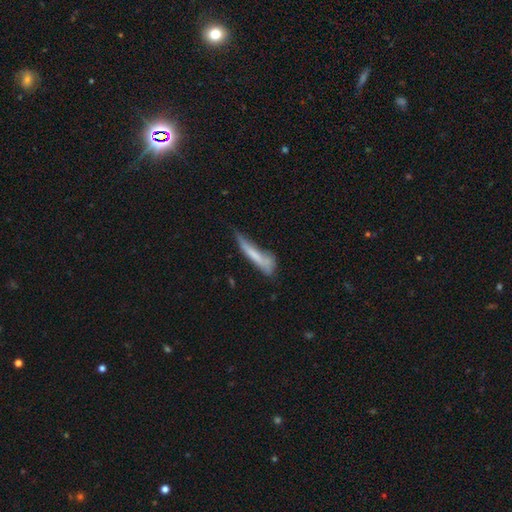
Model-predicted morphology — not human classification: Q: Smooth or featured?
A: smooth (62%); runner-up: featured or disk (29%)
Q: How rounded?
A: cigar-shaped (88%); runner-up: in between (10%)
Q: Merging?
A: none (37%); runner-up: minor disturbance (32%)